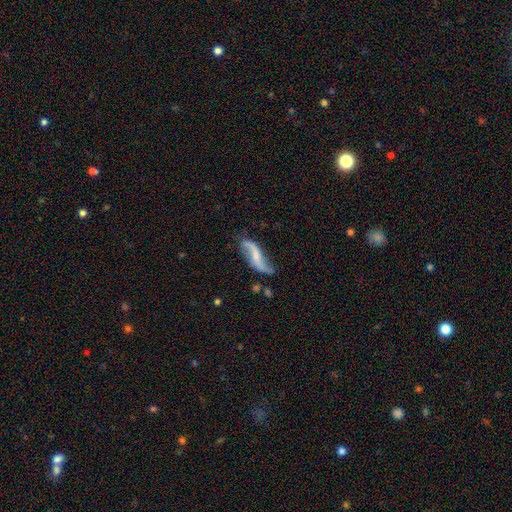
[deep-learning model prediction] Smooth or featured?
  - featured or disk: 79% *
  - smooth: 15%
  - star or artifact: 6%
Edge-on disk?
  - no: 90% *
  - yes: 10%
Bar?
  - weak: 38% *
  - no: 37%
  - strong: 25%
Spiral arms?
  - yes: 92% *
  - no: 8%
Spiral winding?
  - loose: 89% *
  - medium: 8%
  - tight: 3%
Spiral arm count?
  - 2: 91% *
  - 1: 4%
  - can't tell: 3%
  - 3: 1%
  - 4: 1%
  - more than 4: 1%
Bulge size?
  - small: 48% *
  - none: 24%
  - moderate: 24%
  - large: 2%
  - dominant: 1%
Merging?
  - none: 59% *
  - minor disturbance: 23%
  - major disturbance: 12%
  - merger: 6%